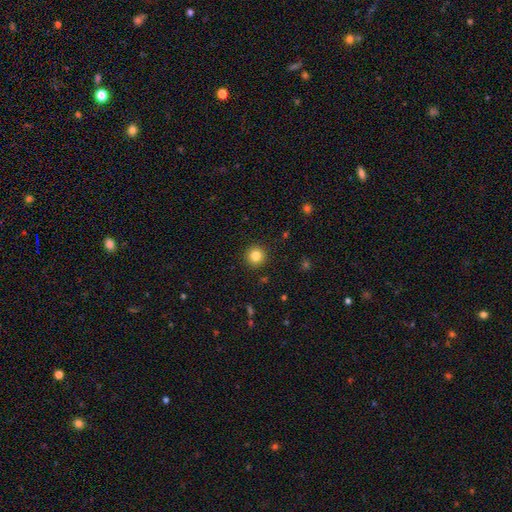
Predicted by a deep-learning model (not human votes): Smooth or featured? Predicted: smooth (p=0.83). How rounded? Predicted: round (p=0.95). Merging? Predicted: none (p=0.92).